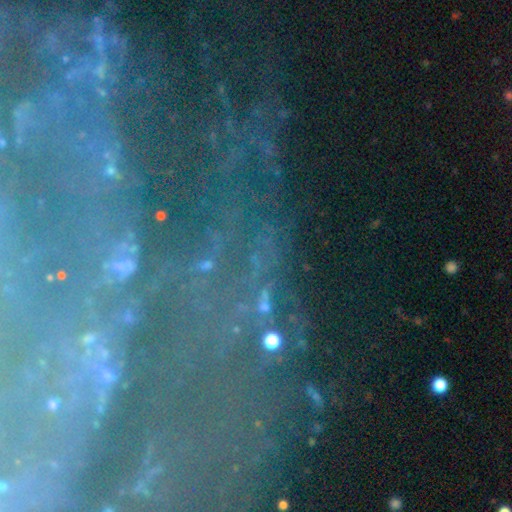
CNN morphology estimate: A star or artifact, not a galaxy (51%).